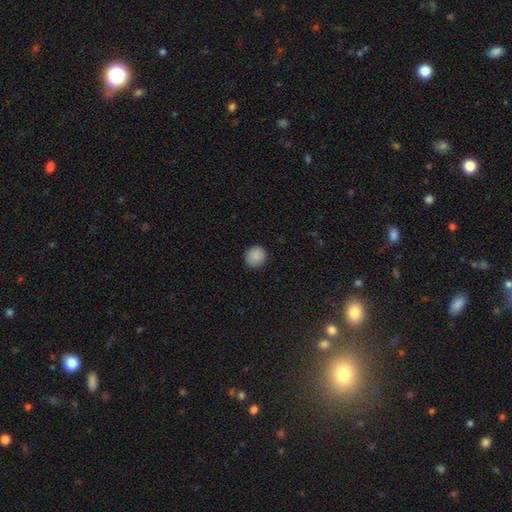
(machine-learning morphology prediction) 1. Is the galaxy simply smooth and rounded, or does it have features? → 89% smooth, 8% star or artifact, 3% featured or disk.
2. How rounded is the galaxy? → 91% round, 8% in between, 1% cigar-shaped.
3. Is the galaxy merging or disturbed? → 91% none, 6% minor disturbance, 2% major disturbance, 1% merger.